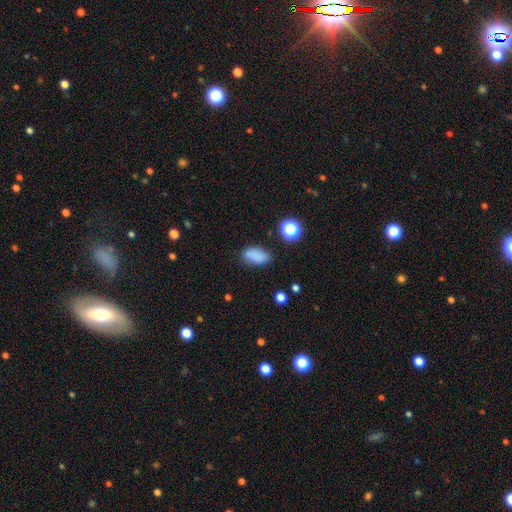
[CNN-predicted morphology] The model was most divided on "merging": none: 74%, minor disturbance: 18%, major disturbance: 5%, merger: 3%. More confident: how rounded — in between (88%); smooth or featured — smooth (81%).